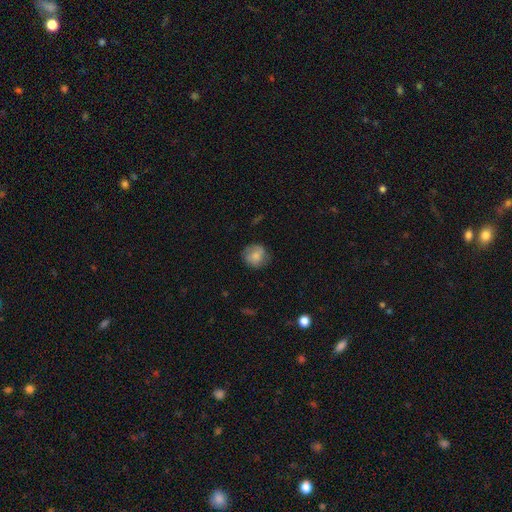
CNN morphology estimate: smooth_or_featured: smooth (p=0.77) [alt: featured or disk p=0.15]
how_rounded: round (p=0.84) [alt: in between p=0.15]
merging: none (p=0.74) [alt: minor disturbance p=0.19]